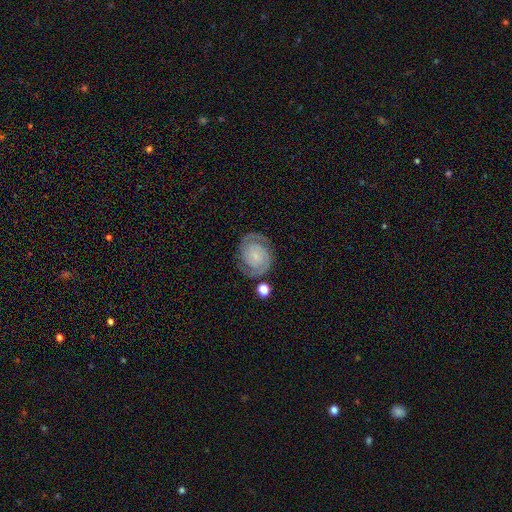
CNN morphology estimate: This is clearly a featured or disk galaxy (82%). It is clearly not viewed edge-on (98%). Bar: likely no (70%). Spiral arm pattern: clearly yes (97%). Spiral arm count: clearly 2 (87%). Spiral winding: likely tight (64%). Central bulge: likely small (65%). Merging: likely none (77%).